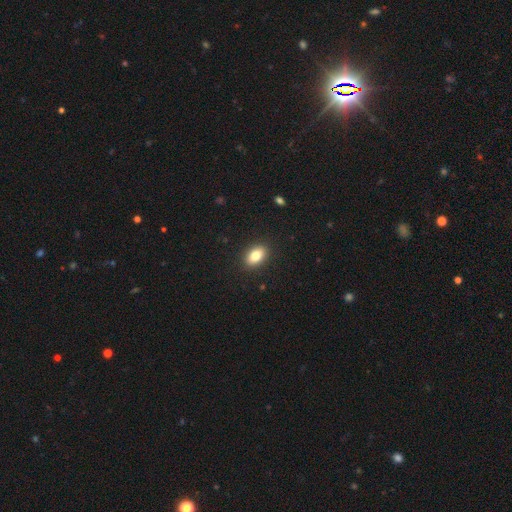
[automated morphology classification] type=smooth (81%); roundness=in between (85%); merging=none (90%).